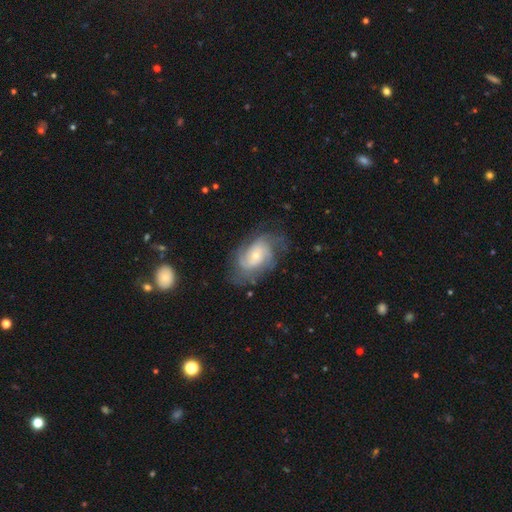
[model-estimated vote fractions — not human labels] A featured or disk galaxy (80%) with no bar (71%), tight (48%) spiral arms (93%) and a small central bulge (64%). Merging: none (66%).